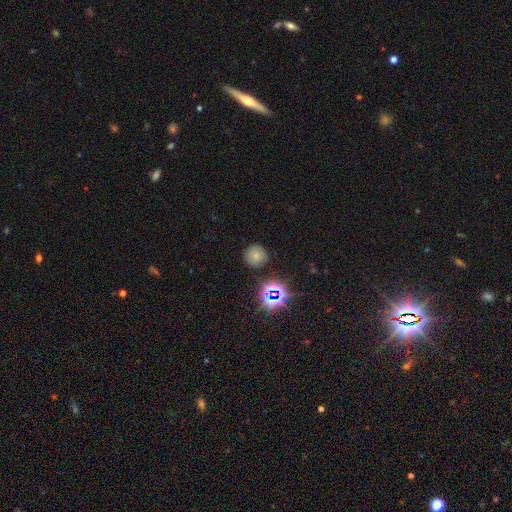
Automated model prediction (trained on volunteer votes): Smooth or featured?
  - smooth: 67% *
  - star or artifact: 23%
  - featured or disk: 10%
How rounded?
  - round: 92% *
  - in between: 7%
  - cigar-shaped: 1%
Merging?
  - none: 84% *
  - minor disturbance: 11%
  - major disturbance: 3%
  - merger: 3%